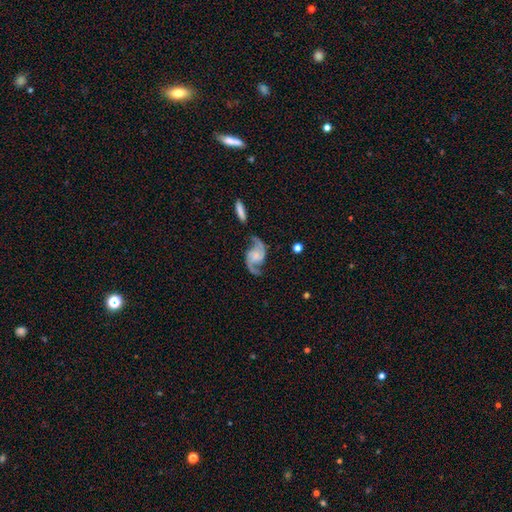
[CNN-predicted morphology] Smooth or featured? Predicted: featured or disk (p=0.91). Edge-on disk? Predicted: no (p=0.98). Bar? Predicted: no (p=0.60). Spiral arms? Predicted: yes (p=0.98). Spiral winding? Predicted: loose (p=0.52). Spiral arm count? Predicted: 2 (p=0.94). Bulge size? Predicted: none (p=0.39). Merging? Predicted: none (p=0.69).